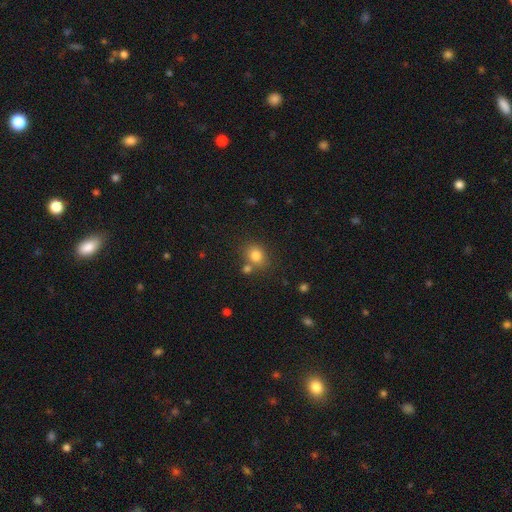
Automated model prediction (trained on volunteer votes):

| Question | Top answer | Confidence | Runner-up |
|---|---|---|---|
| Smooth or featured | smooth | 81% | star or artifact (12%) |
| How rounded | round | 59% | in between (40%) |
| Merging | none | 67% | merger (18%) |